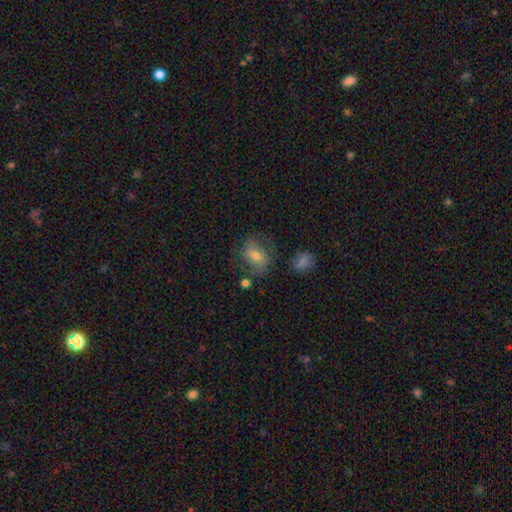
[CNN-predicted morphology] Smooth or featured? Predicted: smooth (p=0.60). How rounded? Predicted: in between (p=0.57). Merging? Predicted: none (p=0.62).